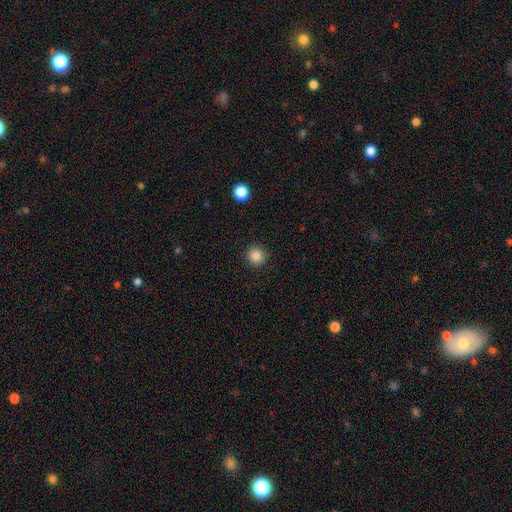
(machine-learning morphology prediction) Smooth or featured? smooth (85%)
How rounded? round (94%)
Merging? none (92%)